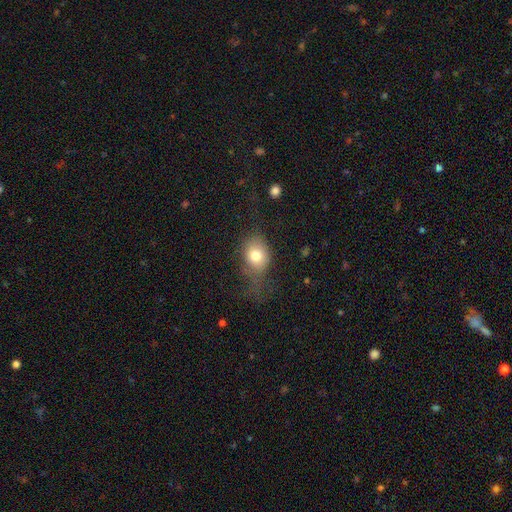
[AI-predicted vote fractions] Smooth or featured? smooth (76%)
How rounded? in between (57%)
Merging? none (43%)